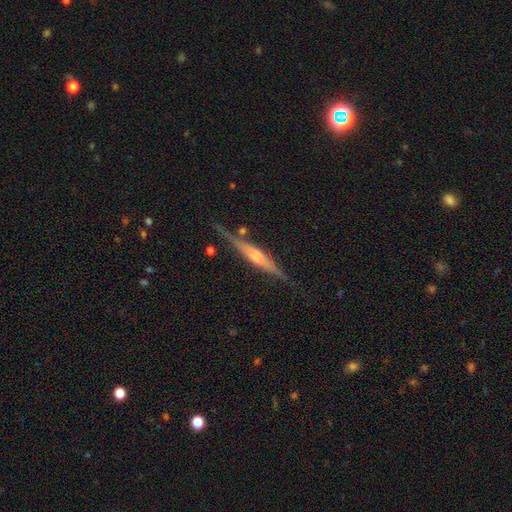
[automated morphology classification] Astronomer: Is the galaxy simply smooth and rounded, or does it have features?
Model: featured or disk — 77%.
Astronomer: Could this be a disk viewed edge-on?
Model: yes — 97%.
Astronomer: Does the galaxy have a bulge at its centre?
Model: rounded — 70%.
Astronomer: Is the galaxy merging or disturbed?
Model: none — 79%.